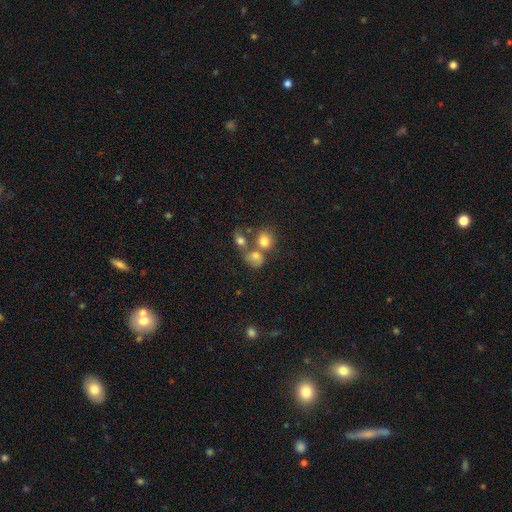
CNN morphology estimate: This appears to be a smooth galaxy with no disk features (50%). Merging: none (45%).